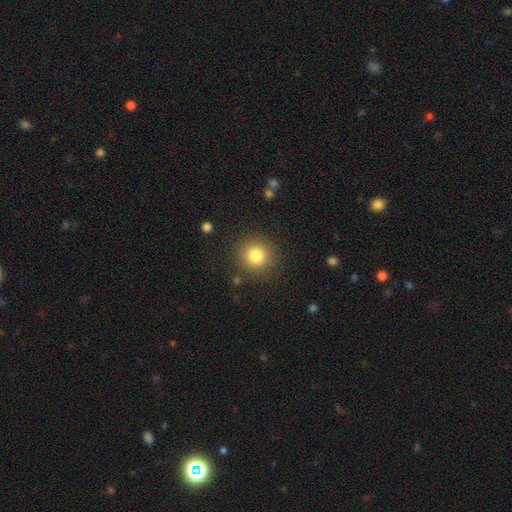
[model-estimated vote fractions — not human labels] Overall: smooth (82%). How rounded: round (93%). Merging: none (88%).